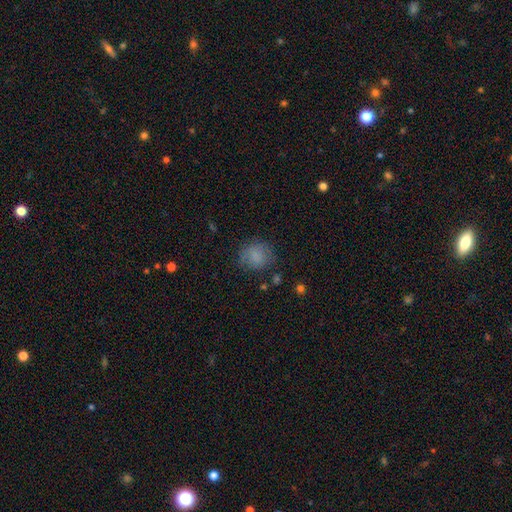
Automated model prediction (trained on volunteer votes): Q: Smooth or featured?
A: smooth (81%); runner-up: star or artifact (10%)
Q: How rounded?
A: round (78%); runner-up: in between (21%)
Q: Merging?
A: none (74%); runner-up: minor disturbance (18%)